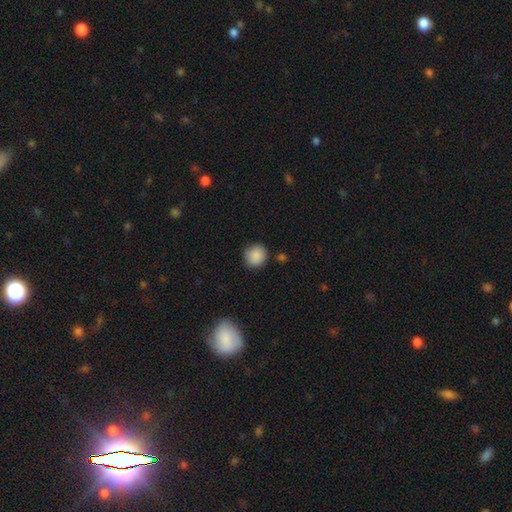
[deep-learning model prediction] The model was most divided on "merging": none: 85%, minor disturbance: 10%, major disturbance: 3%, merger: 3%. More confident: how rounded — round (90%); smooth or featured — smooth (89%).